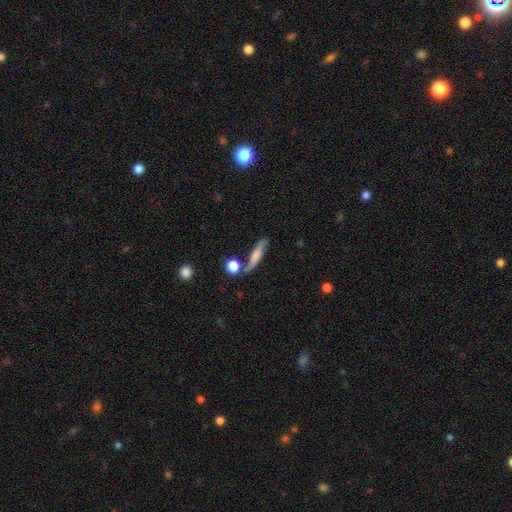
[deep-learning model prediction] A smooth galaxy with no disk features (54%) that is cigar-shaped (78%).

Vote fractions:
- Smooth or featured? smooth: 54% / featured or disk: 38% / star or artifact: 8%
- How rounded? cigar-shaped: 78% / in between: 16% / round: 6%
- Merging? none: 65% / minor disturbance: 16% / merger: 13% / major disturbance: 6%